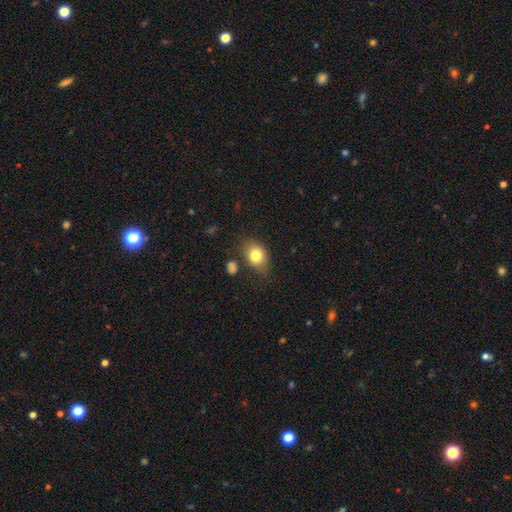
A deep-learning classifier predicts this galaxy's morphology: smooth-or-featured: smooth: 79% | featured or disk: 11% | star or artifact: 9%
  how-rounded: in between: 63% | round: 36% | cigar-shaped: 1%
  merging: none: 70% | minor disturbance: 19% | major disturbance: 6% | merger: 5%